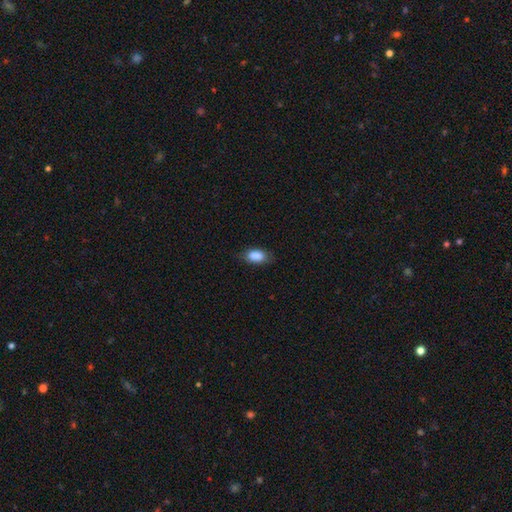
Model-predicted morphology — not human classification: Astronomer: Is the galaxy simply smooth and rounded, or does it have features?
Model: smooth — 86%.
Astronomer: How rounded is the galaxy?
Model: in between — 89%.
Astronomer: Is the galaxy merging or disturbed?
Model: none — 70%.